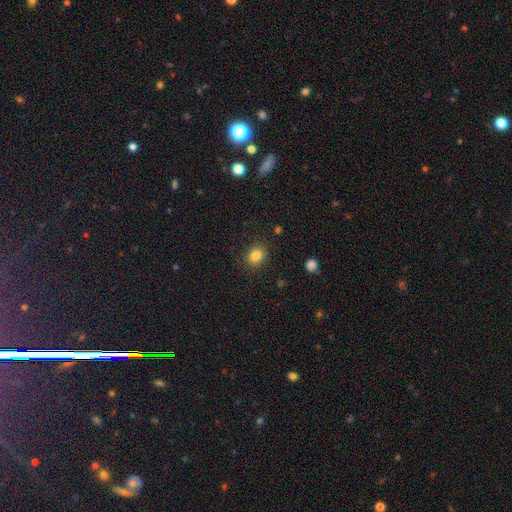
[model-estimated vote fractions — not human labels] smooth-or-featured: smooth: 84% | star or artifact: 10% | featured or disk: 6%
  how-rounded: round: 53% | in between: 46% | cigar-shaped: 1%
  merging: none: 87% | minor disturbance: 9% | major disturbance: 3% | merger: 1%